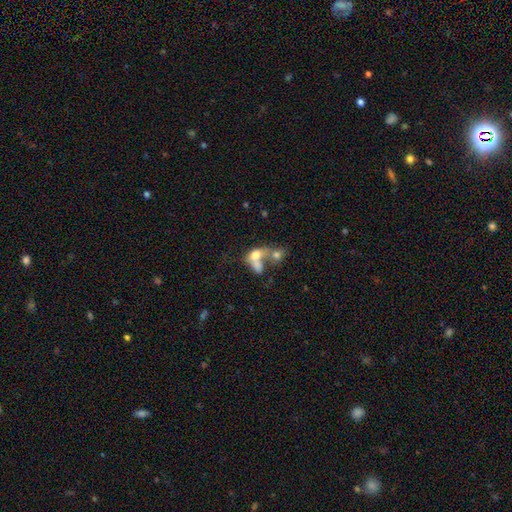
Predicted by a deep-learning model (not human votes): smooth-or-featured: smooth: 60% | featured or disk: 29% | star or artifact: 12%
  how-rounded: in between: 70% | round: 26% | cigar-shaped: 4%
  merging: merger: 69% | none: 13% | major disturbance: 12% | minor disturbance: 6%